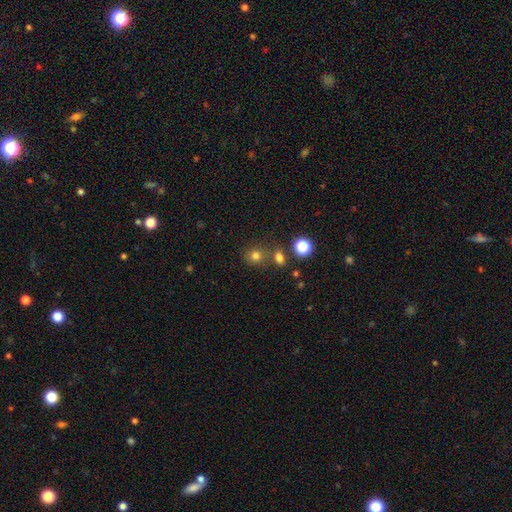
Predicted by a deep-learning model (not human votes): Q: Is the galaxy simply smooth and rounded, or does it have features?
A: smooth — 75%.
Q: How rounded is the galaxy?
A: round — 81%.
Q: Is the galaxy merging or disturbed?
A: none — 68%.